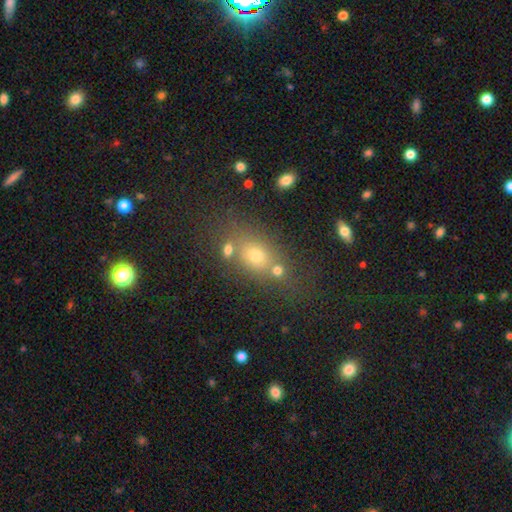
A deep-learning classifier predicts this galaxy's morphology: This appears to be a smooth galaxy with no disk features (65%) that is in between round and cigar-shaped (61%). Merging: none (60%).